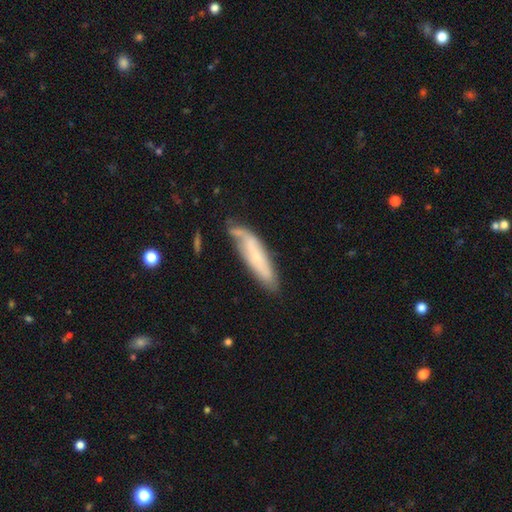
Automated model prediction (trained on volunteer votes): This is possibly a featured or disk galaxy (49%). Merging: possibly none (53%).